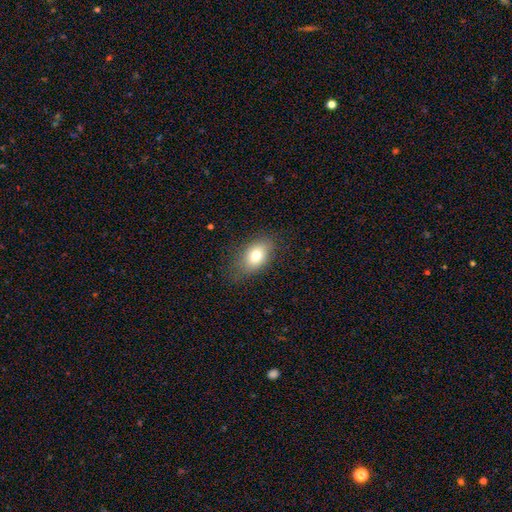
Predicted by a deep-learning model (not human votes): Smooth or featured? smooth (76%)
How rounded? in between (81%)
Merging? none (75%)